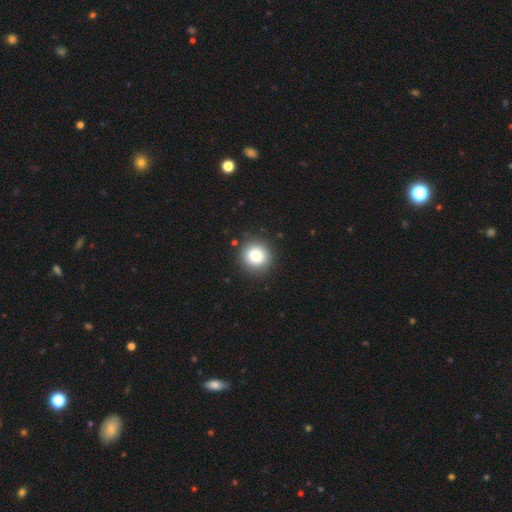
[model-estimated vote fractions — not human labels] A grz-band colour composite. It shows a smooth galaxy with no disk features (85%) that is round (91%). Merging: none (89%).